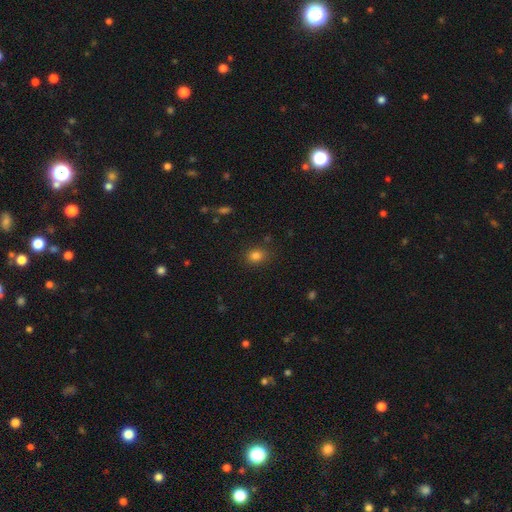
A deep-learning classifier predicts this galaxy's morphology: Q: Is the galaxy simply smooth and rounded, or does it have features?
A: smooth — 81%.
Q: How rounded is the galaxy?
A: round — 58%.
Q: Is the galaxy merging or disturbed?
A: none — 85%.